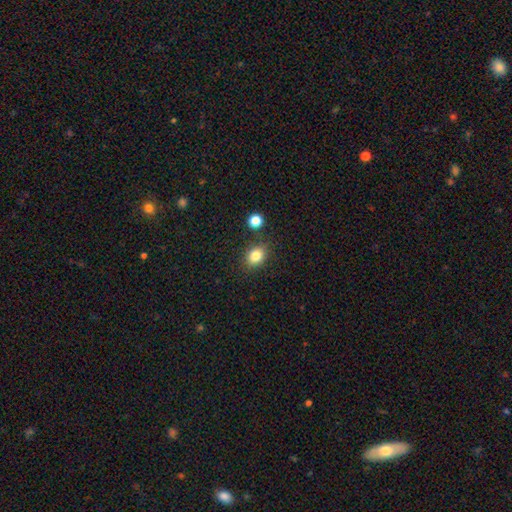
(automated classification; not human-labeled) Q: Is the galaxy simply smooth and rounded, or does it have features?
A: smooth — 83%.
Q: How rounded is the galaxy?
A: in between — 56%.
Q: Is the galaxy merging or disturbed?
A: none — 81%.